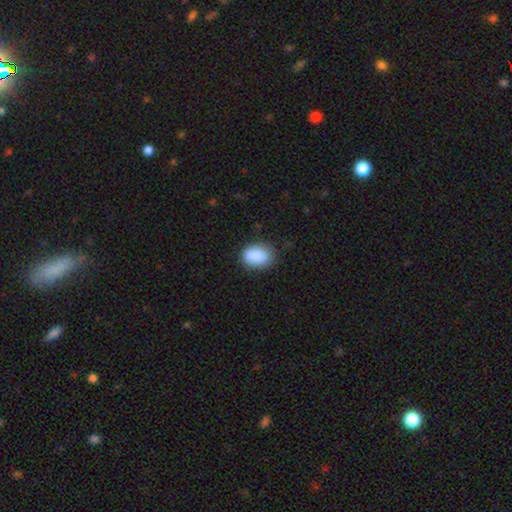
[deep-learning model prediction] Overall: smooth (88%). How rounded: in between (80%). Merging: none (75%).